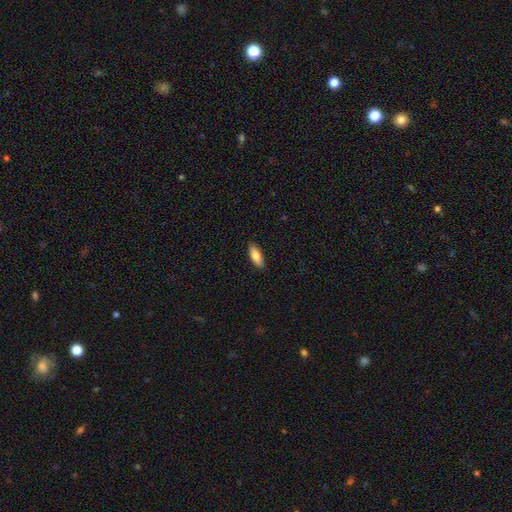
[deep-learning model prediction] Smooth or featured?
  - smooth: 80% *
  - featured or disk: 14%
  - star or artifact: 6%
How rounded?
  - in between: 67% *
  - cigar-shaped: 31%
  - round: 2%
Merging?
  - none: 86% *
  - minor disturbance: 11%
  - major disturbance: 2%
  - merger: 1%